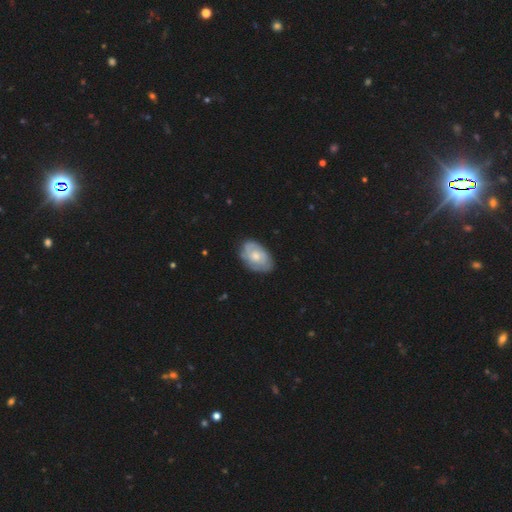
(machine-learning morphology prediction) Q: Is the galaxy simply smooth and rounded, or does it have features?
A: featured or disk — 55%.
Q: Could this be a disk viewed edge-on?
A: no — 95%.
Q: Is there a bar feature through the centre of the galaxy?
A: no — 81%.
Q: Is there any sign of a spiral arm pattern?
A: yes — 68%.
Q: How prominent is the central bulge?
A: moderate — 61%.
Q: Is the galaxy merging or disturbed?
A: none — 72%.